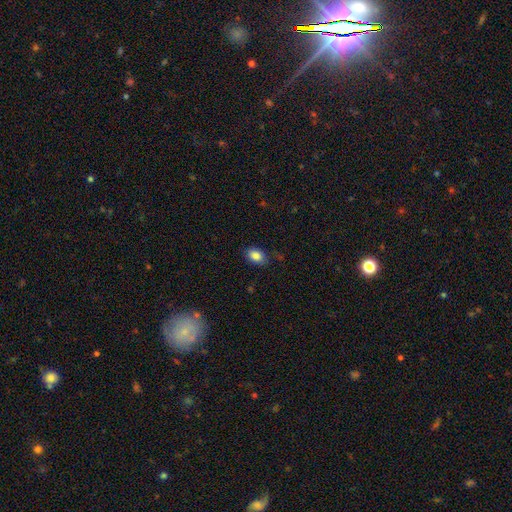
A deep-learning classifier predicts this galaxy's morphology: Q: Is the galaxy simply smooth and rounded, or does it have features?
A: smooth — 86%.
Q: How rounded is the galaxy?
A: in between — 81%.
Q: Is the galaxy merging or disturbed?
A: none — 79%.